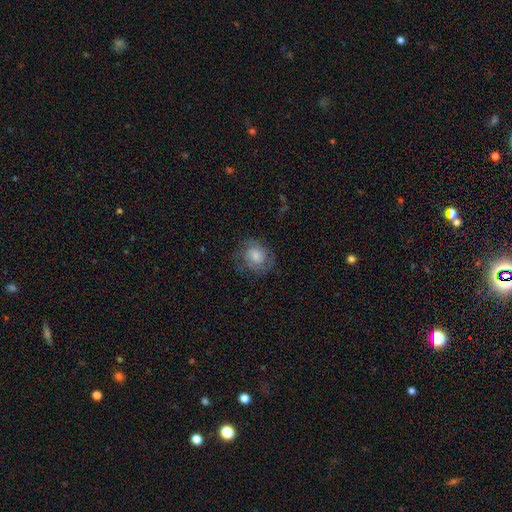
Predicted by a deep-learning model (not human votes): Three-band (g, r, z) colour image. It shows a featured or disk galaxy (50%). Merging: none (69%).